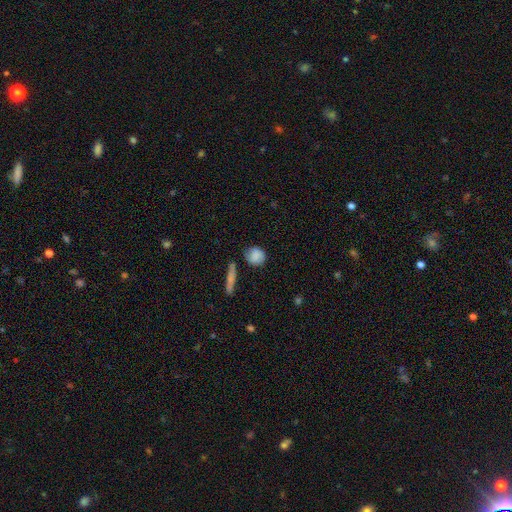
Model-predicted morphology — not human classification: smooth_or_featured: smooth (p=0.80) [alt: featured or disk p=0.12]
how_rounded: round (p=0.73) [alt: in between p=0.24]
merging: none (p=0.66) [alt: minor disturbance p=0.23]